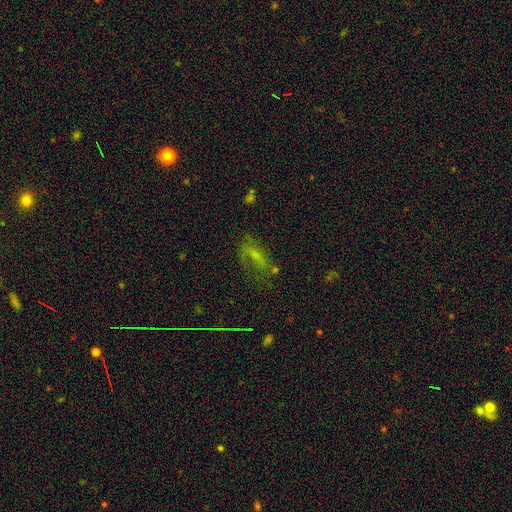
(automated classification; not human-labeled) The model was most divided on "smooth or featured": smooth: 42%, featured or disk: 31%, star or artifact: 27%. Remaining: merging — none (49%).